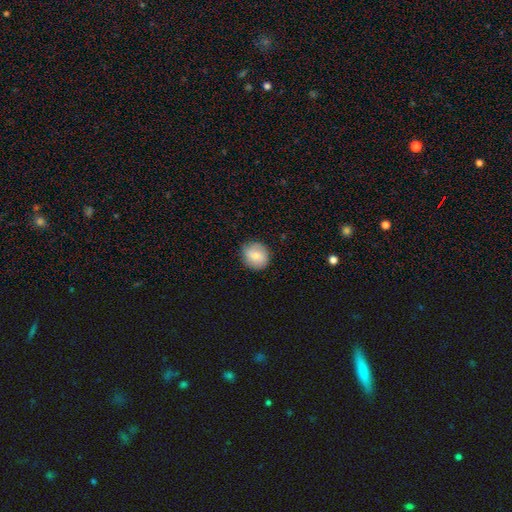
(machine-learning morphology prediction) smooth 68%, featured or disk 25%, star or artifact 8%. Down the decision tree: how rounded — round (85%); merging — none (86%).